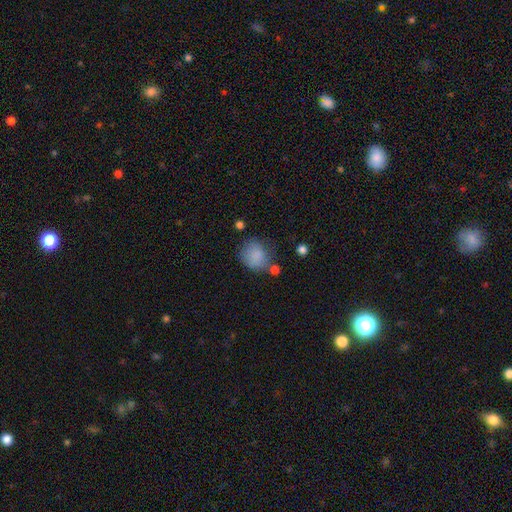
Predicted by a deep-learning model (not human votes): Smooth or featured? smooth (83%)
How rounded? round (70%)
Merging? none (60%)